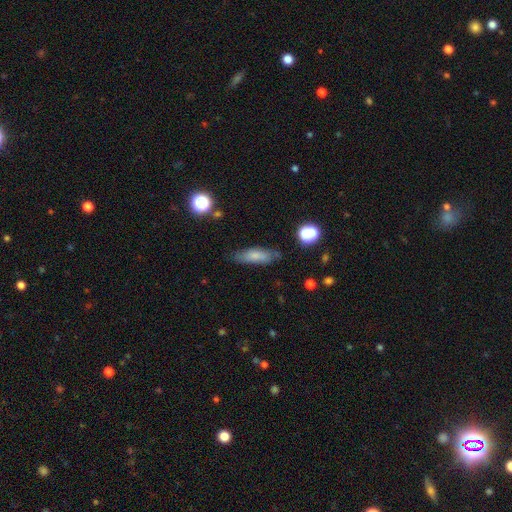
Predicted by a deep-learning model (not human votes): A smooth galaxy with no disk features (71%) that is in between round and cigar-shaped (49%). Merging: none (75%).